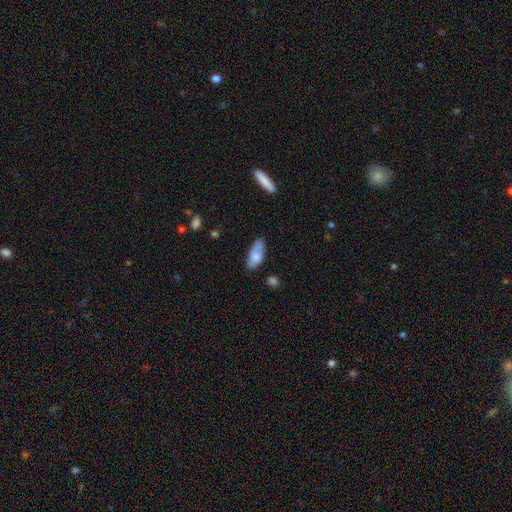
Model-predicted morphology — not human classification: type=smooth (76%); roundness=in between (84%); merging=none (64%).